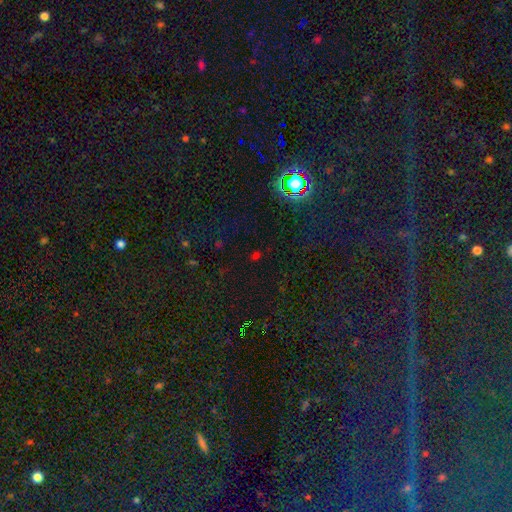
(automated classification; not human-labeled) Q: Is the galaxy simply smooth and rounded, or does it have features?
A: star or artifact — 58%.